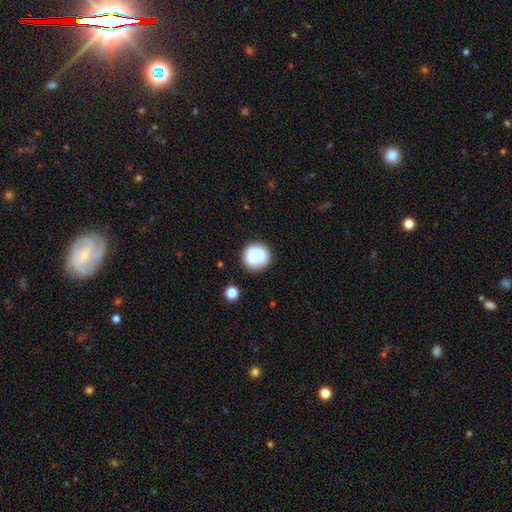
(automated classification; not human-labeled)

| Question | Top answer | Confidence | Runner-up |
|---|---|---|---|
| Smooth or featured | smooth | 63% | featured or disk (28%) |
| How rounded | round | 90% | in between (9%) |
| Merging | none | 61% | merger (16%) |